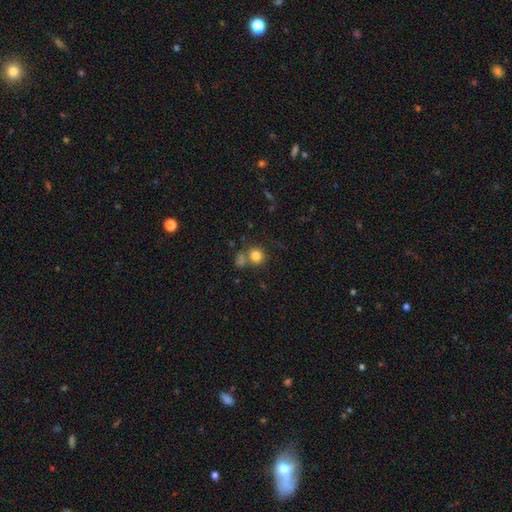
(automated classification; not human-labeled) smooth_or_featured: smooth (p=0.80) [alt: star or artifact p=0.12]
how_rounded: round (p=0.84) [alt: in between p=0.15]
merging: none (p=0.59) [alt: merger p=0.24]